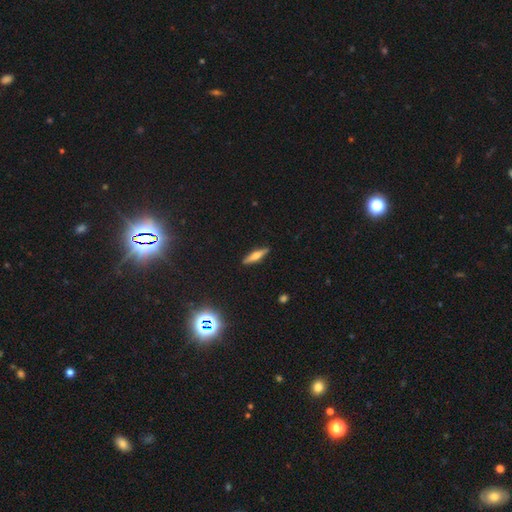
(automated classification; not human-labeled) The model was most divided on "smooth or featured": featured or disk: 51%, smooth: 41%, star or artifact: 9%. More confident: edge-on disk — yes (95%); merging — none (90%).